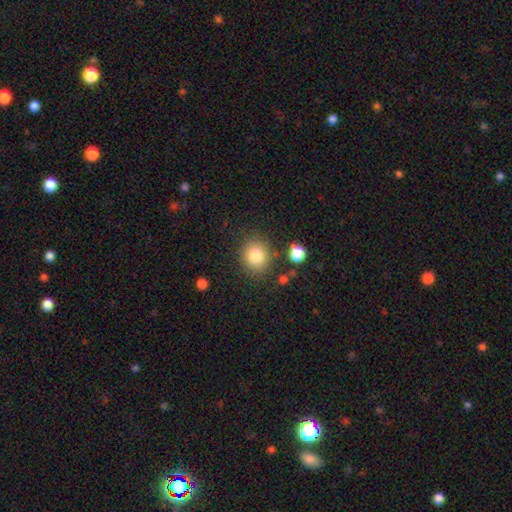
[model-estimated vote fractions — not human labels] Smooth or featured: smooth — 83% (star or artifact — 10%)
How rounded: round — 80% (in between — 19%)
Merging: none — 83% (minor disturbance — 10%)